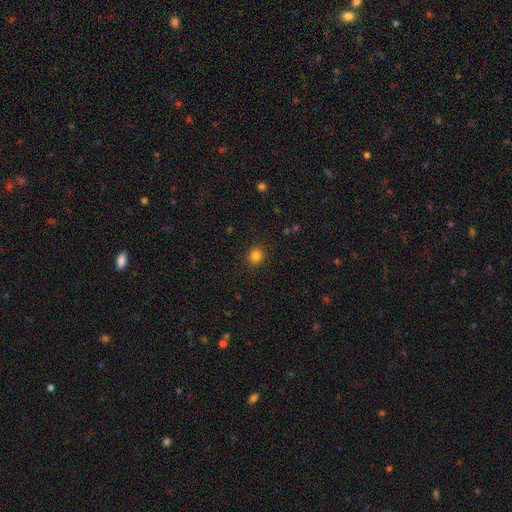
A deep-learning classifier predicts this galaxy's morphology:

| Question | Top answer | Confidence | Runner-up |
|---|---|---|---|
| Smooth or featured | smooth | 83% | star or artifact (13%) |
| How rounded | round | 89% | in between (10%) |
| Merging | none | 90% | minor disturbance (7%) |